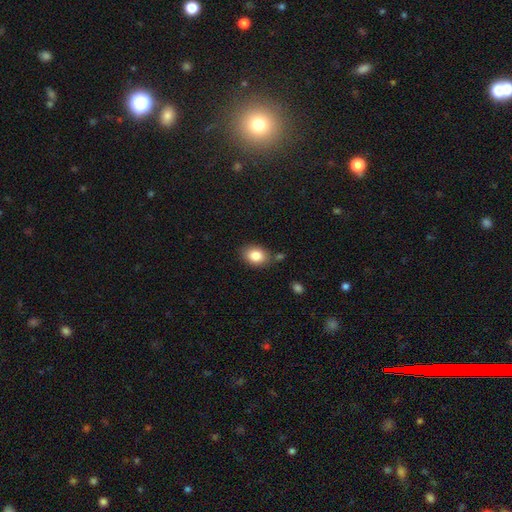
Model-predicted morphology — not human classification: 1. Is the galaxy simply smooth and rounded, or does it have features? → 85% smooth, 8% star or artifact, 7% featured or disk.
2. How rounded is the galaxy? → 72% in between, 27% round, 1% cigar-shaped.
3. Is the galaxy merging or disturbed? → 76% none, 14% minor disturbance, 6% merger, 4% major disturbance.